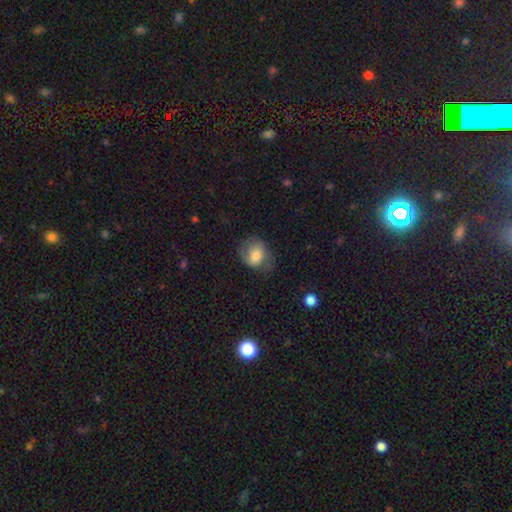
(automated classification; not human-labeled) smooth_or_featured: smooth (p=0.62) [alt: featured or disk p=0.30]
how_rounded: round (p=0.57) [alt: in between p=0.42]
merging: none (p=0.55) [alt: minor disturbance p=0.26]